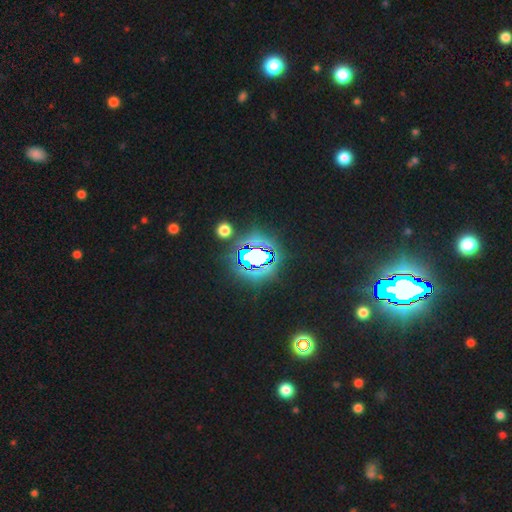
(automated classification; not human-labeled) Smooth or featured? Predicted: star or artifact (p=0.75).